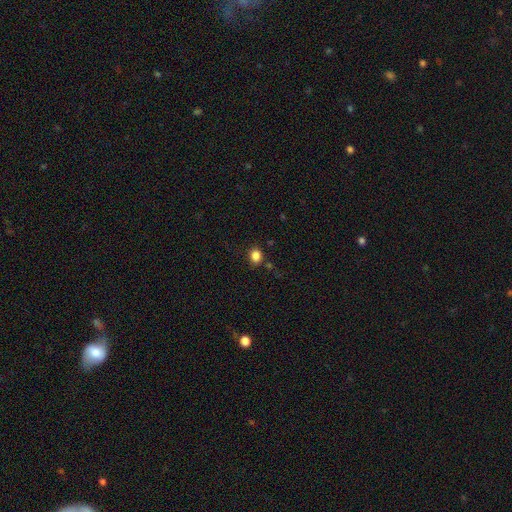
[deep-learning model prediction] Q: Smooth or featured?
A: smooth (84%); runner-up: star or artifact (12%)
Q: How rounded?
A: round (63%); runner-up: in between (36%)
Q: Merging?
A: none (82%); runner-up: minor disturbance (11%)